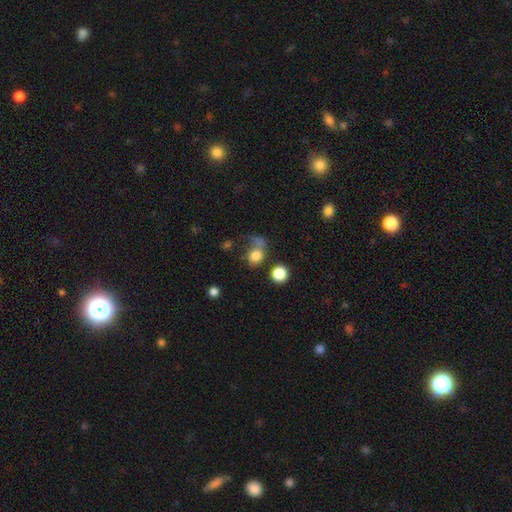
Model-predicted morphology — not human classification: smooth-or-featured: smooth: 77% | star or artifact: 12% | featured or disk: 11%
  how-rounded: round: 63% | in between: 36% | cigar-shaped: 1%
  merging: none: 36% | major disturbance: 25% | merger: 19% | minor disturbance: 19%